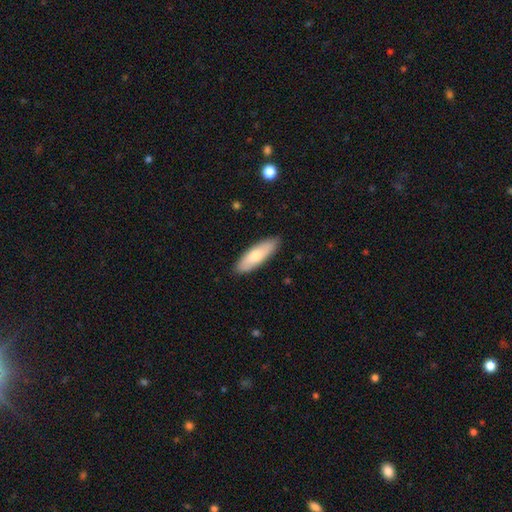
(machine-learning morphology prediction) type=smooth (72%); roundness=in between (56%); merging=none (87%).